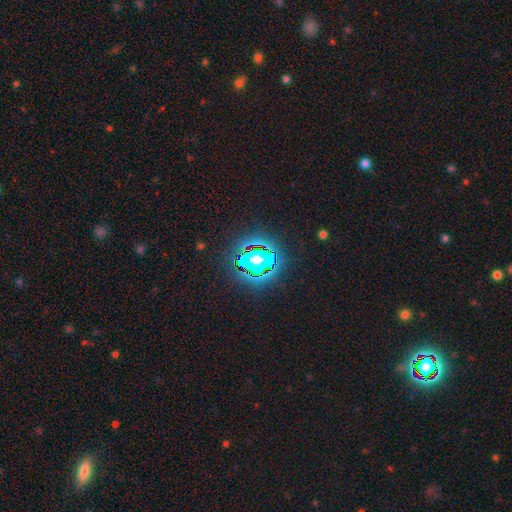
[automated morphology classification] type=star or artifact (82%).